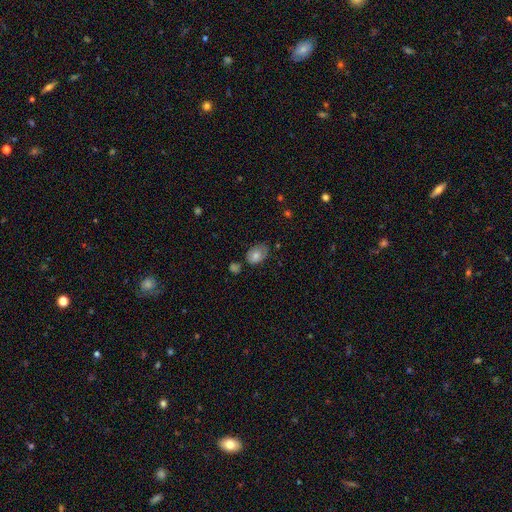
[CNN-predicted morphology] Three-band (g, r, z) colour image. It shows a smooth galaxy with no disk features (69%) that is in between round and cigar-shaped (83%). Merging: none (56%).